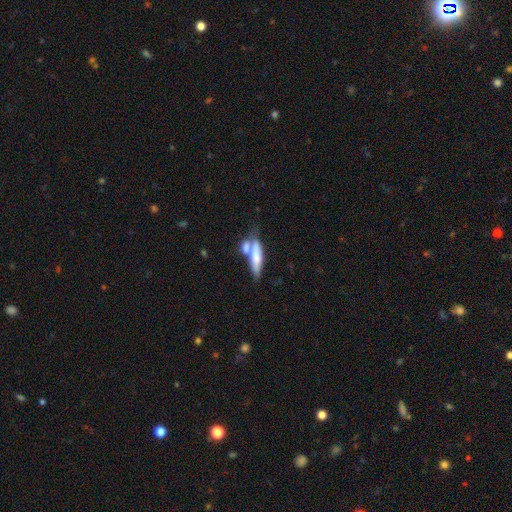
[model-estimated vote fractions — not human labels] Morphology: type=smooth (59%); roundness=cigar-shaped (61%); merging=merger (46%).